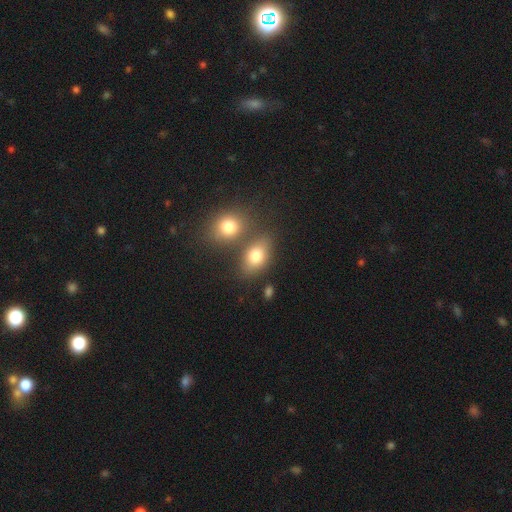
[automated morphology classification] Q: Smooth or featured?
A: smooth (78%); runner-up: featured or disk (11%)
Q: How rounded?
A: in between (76%); runner-up: round (22%)
Q: Merging?
A: none (58%); runner-up: merger (26%)